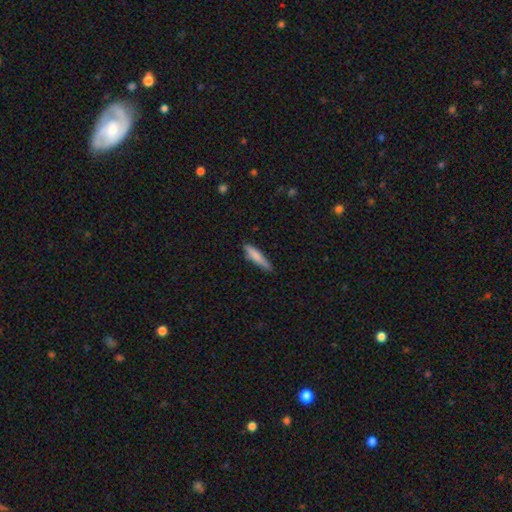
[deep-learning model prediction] Overall: smooth (77%). How rounded: cigar-shaped (86%). Merging: none (78%).